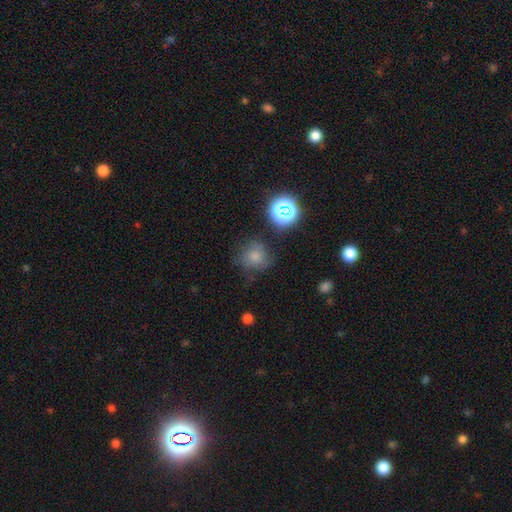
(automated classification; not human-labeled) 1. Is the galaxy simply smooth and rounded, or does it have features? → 47% smooth, 27% star or artifact, 26% featured or disk.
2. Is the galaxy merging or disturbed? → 67% none, 20% minor disturbance, 11% major disturbance, 3% merger.